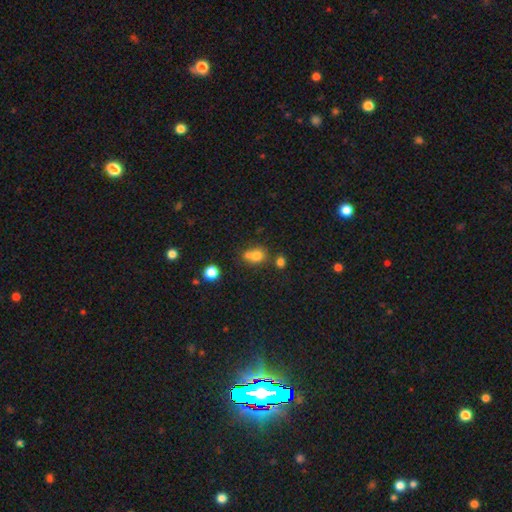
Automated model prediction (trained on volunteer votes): Smooth or featured: smooth — 74% (star or artifact — 14%)
How rounded: round — 57% (in between — 41%)
Merging: merger — 45% (none — 36%)